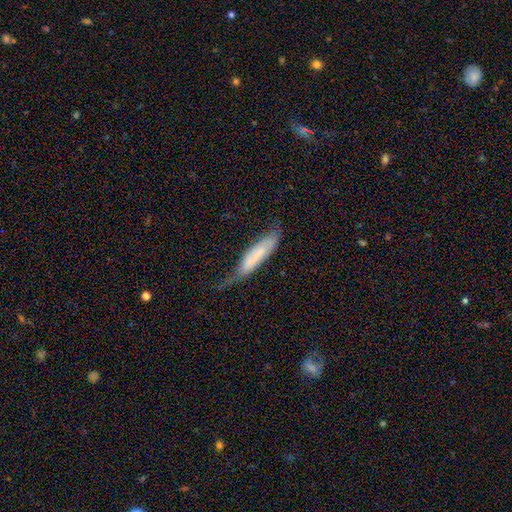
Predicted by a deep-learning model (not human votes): A smooth galaxy with no disk features (59%) that is cigar-shaped (71%).

Vote fractions:
- Smooth or featured? smooth: 59% / featured or disk: 33% / star or artifact: 7%
- How rounded? cigar-shaped: 71% / in between: 27% / round: 2%
- Merging? none: 36% / minor disturbance: 35% / major disturbance: 25% / merger: 3%